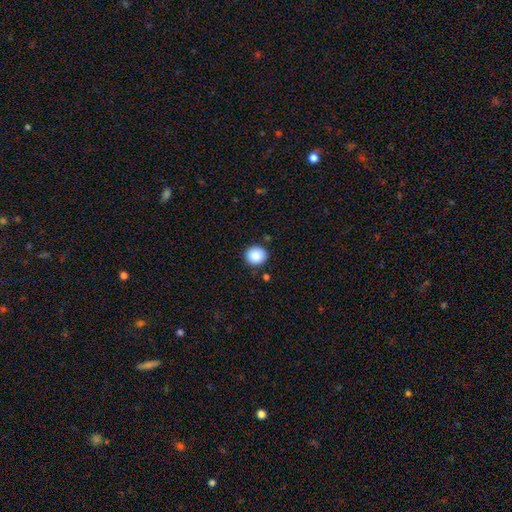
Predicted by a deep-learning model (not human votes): The model was most divided on "how rounded": round: 89%, in between: 10%, cigar-shaped: 1%. More confident: smooth or featured — smooth (88%); merging — none (88%).